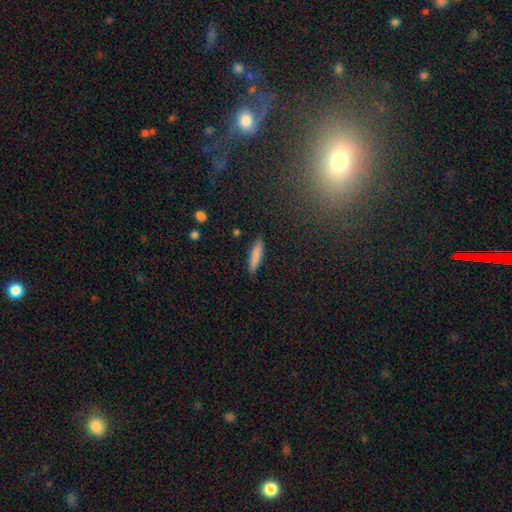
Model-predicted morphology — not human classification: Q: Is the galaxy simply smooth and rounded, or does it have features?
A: smooth — 82%.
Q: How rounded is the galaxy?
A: cigar-shaped — 85%.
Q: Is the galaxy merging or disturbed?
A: none — 88%.